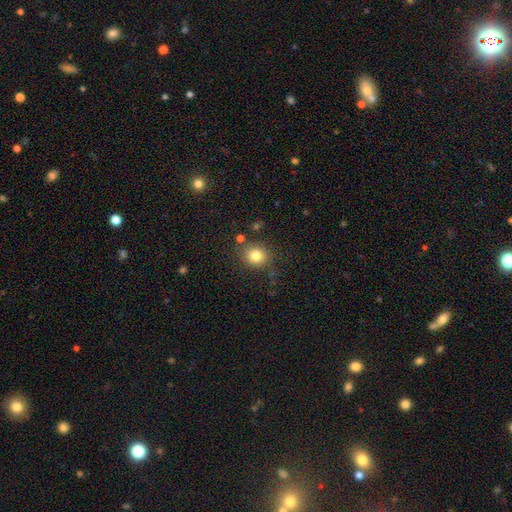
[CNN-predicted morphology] type=smooth (80%); roundness=round (82%); merging=none (83%).